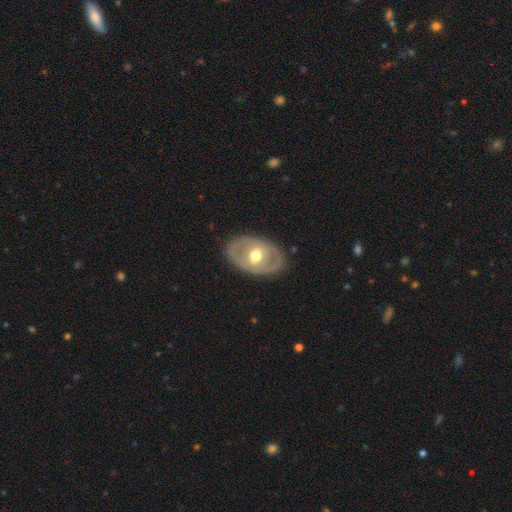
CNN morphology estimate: Smooth or featured? Predicted: featured or disk (p=0.66). Edge-on disk? Predicted: no (p=0.92). Bar? Predicted: no (p=0.52). Spiral arms? Predicted: no (p=0.65). Bulge size? Predicted: moderate (p=0.75). Merging? Predicted: none (p=0.81).